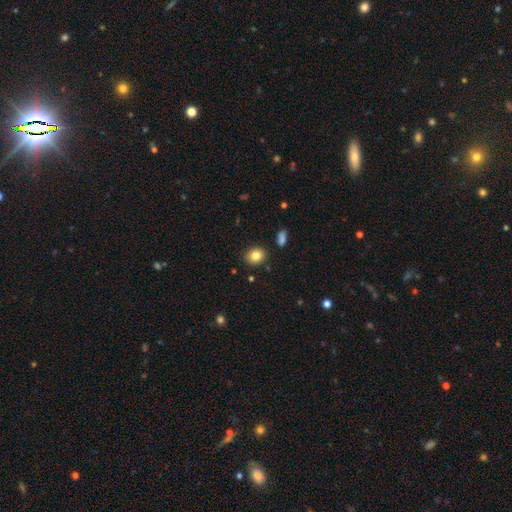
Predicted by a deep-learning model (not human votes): Smooth or featured?
  - smooth: 83% *
  - star or artifact: 9%
  - featured or disk: 8%
How rounded?
  - round: 53% *
  - in between: 46%
  - cigar-shaped: 1%
Merging?
  - none: 86% *
  - minor disturbance: 9%
  - merger: 3%
  - major disturbance: 2%